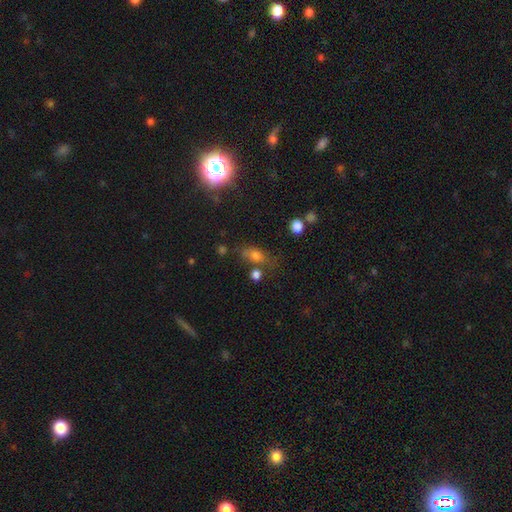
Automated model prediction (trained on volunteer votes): Overall: smooth (73%). How rounded: in between (71%). Merging: none (57%; minor disturbance 20%).